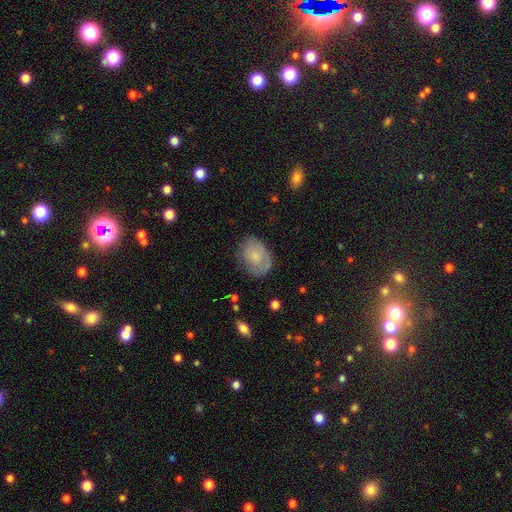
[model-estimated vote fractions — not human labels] smooth 64%, featured or disk 29%, star or artifact 7%. Down the decision tree: how rounded — in between (67%); merging — none (66%).